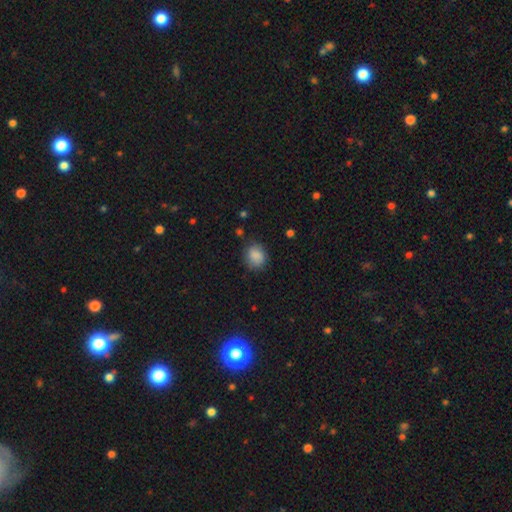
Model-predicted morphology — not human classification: A smooth galaxy with no disk features (86%) that is round (66%). Merging: none (75%).